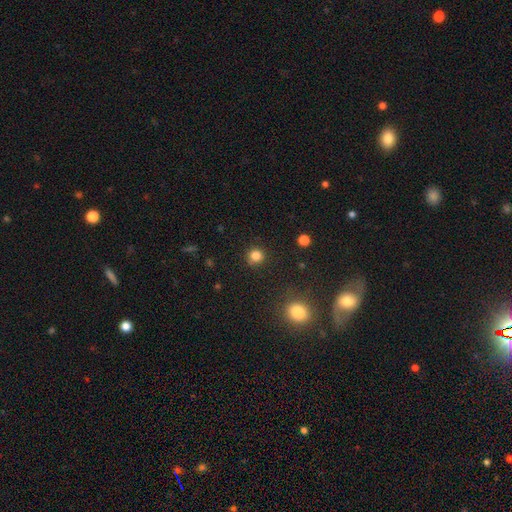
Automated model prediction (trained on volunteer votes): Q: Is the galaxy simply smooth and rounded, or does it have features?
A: smooth — 82%.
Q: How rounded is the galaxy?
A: round — 91%.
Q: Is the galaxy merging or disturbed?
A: none — 86%.